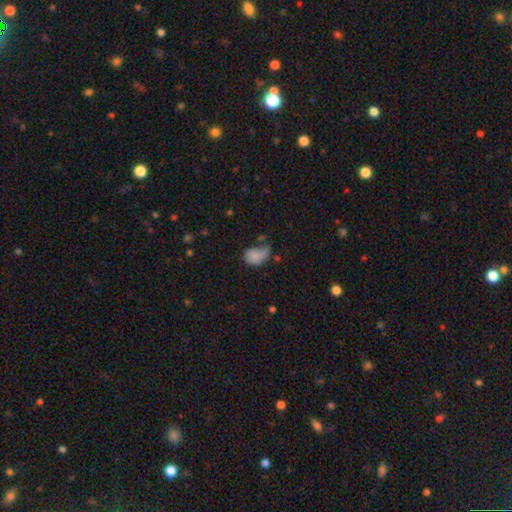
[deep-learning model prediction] A smooth galaxy with no disk features (75%) that is in between round and cigar-shaped (79%). Merging: major disturbance (33%).